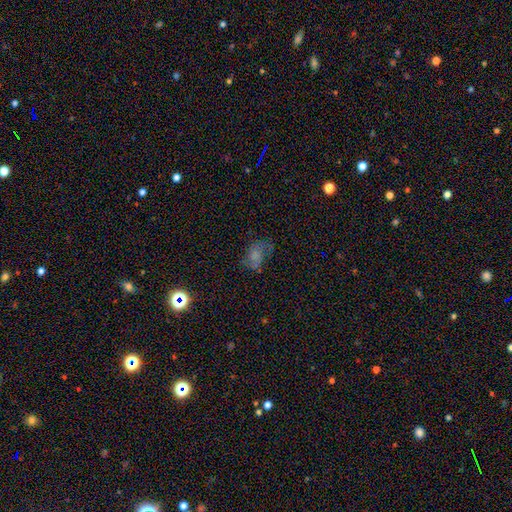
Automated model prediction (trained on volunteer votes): Smooth or featured? smooth (45%)
Merging? none (47%)